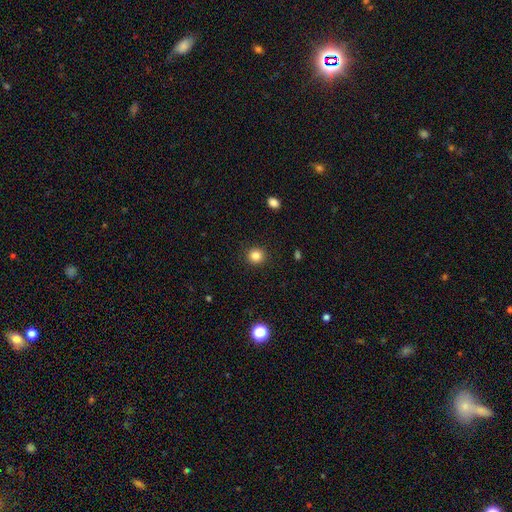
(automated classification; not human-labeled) smooth-or-featured: smooth: 84% | star or artifact: 12% | featured or disk: 4%
  how-rounded: round: 90% | in between: 9% | cigar-shaped: 1%
  merging: none: 91% | minor disturbance: 6% | major disturbance: 2% | merger: 1%